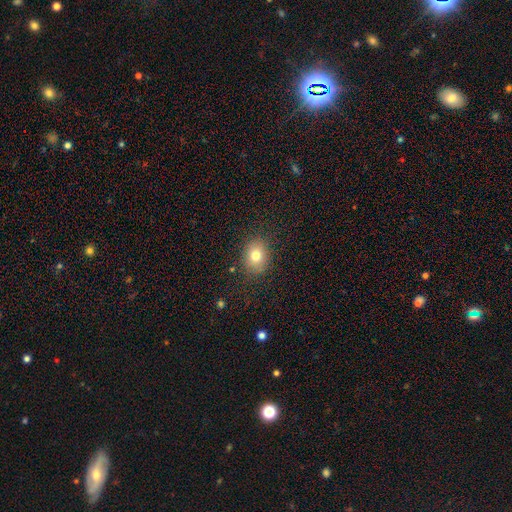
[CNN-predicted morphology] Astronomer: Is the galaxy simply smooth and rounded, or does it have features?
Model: smooth — 77%.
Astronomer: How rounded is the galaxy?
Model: round — 55% (runner-up: in between, 44%).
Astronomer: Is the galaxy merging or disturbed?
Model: none — 84%.